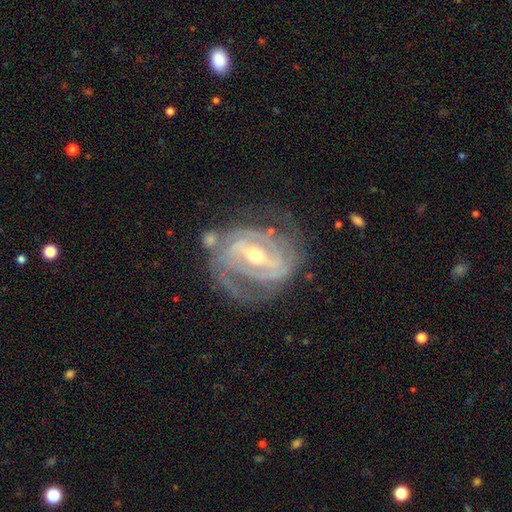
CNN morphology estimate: Smooth or featured? Predicted: featured or disk (p=0.90). Edge-on disk? Predicted: no (p=0.96). Bar? Predicted: strong (p=0.49). Spiral arms? Predicted: yes (p=0.95). Spiral winding? Predicted: tight (p=0.61). Spiral arm count? Predicted: 2 (p=0.42). Bulge size? Predicted: moderate (p=0.56). Merging? Predicted: none (p=0.61).